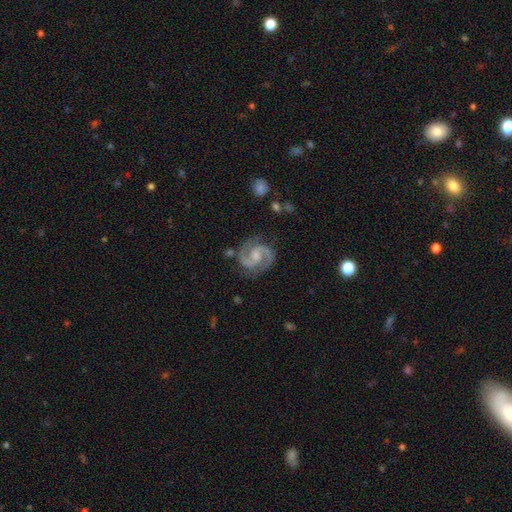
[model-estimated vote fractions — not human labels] smooth_or_featured: featured or disk (p=0.92) [alt: star or artifact p=0.04]
disk_edge_on: no (p=0.98) [alt: yes p=0.02]
bar: no (p=0.46) [alt: weak p=0.43]
has_spiral_arms: yes (p=0.98) [alt: no p=0.02]
spiral_winding: medium (p=0.63) [alt: tight p=0.27]
spiral_arm_count: 2 (p=0.94) [alt: can't tell p=0.02]
bulge_size: moderate (p=0.41) [alt: small p=0.38]
merging: none (p=0.79) [alt: minor disturbance p=0.14]